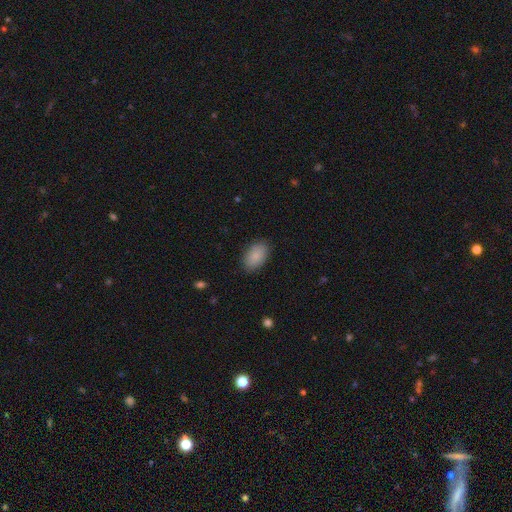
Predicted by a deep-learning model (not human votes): smooth 85%, featured or disk 8%, star or artifact 7%. Down the decision tree: how rounded — in between (91%); merging — none (85%).